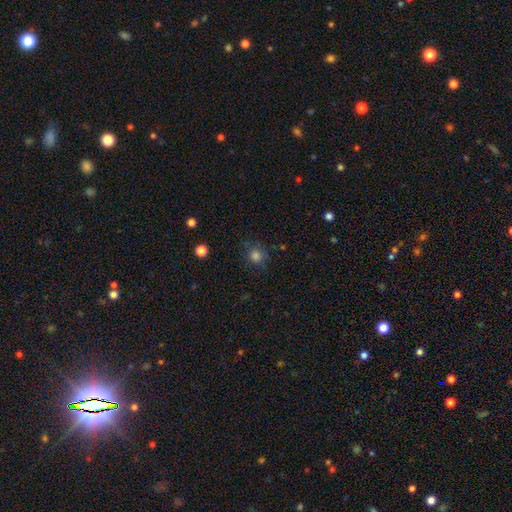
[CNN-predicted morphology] smooth 81%, star or artifact 14%, featured or disk 5%. Down the decision tree: how rounded — round (85%); merging — none (78%).